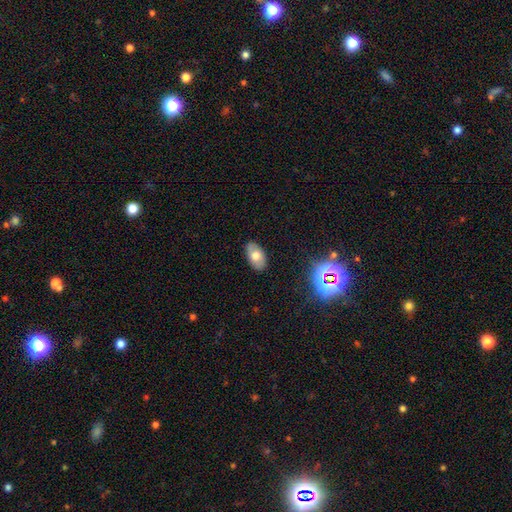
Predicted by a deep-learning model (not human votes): This appears to be a smooth galaxy with no disk features (69%) that is in between round and cigar-shaped (93%). Merging: none (85%).